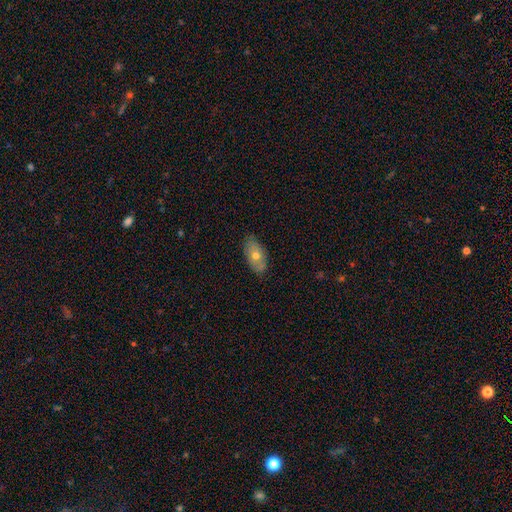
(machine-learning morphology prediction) type=smooth (62%); roundness=in between (90%); merging=none (80%).